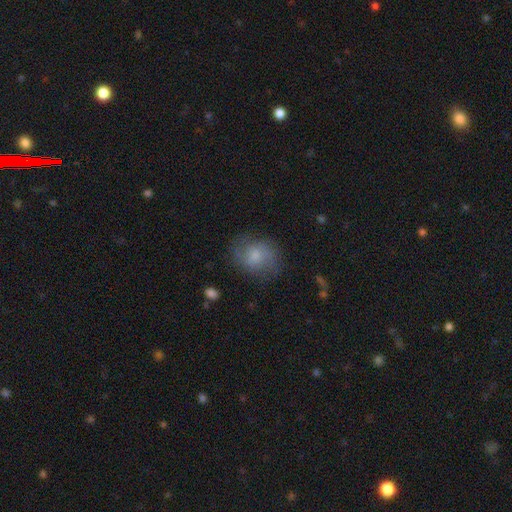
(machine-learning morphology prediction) Smooth or featured?
  - smooth: 59% *
  - featured or disk: 32%
  - star or artifact: 9%
How rounded?
  - round: 64% *
  - in between: 35%
  - cigar-shaped: 1%
Merging?
  - none: 68% *
  - minor disturbance: 21%
  - major disturbance: 10%
  - merger: 2%